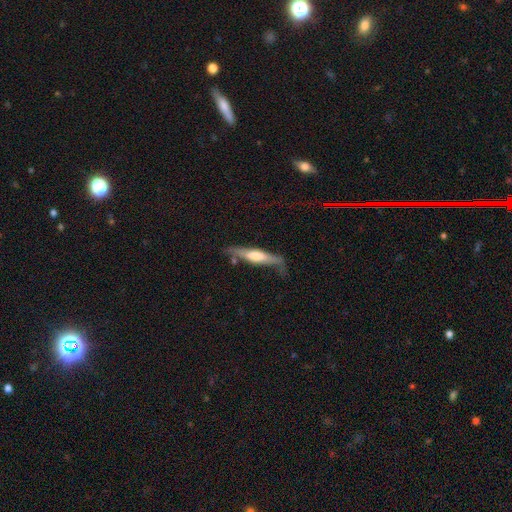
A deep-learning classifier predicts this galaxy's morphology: This is possibly a featured or disk galaxy (55%). It is clearly viewed edge-on (86%). Merging: likely none (60%).